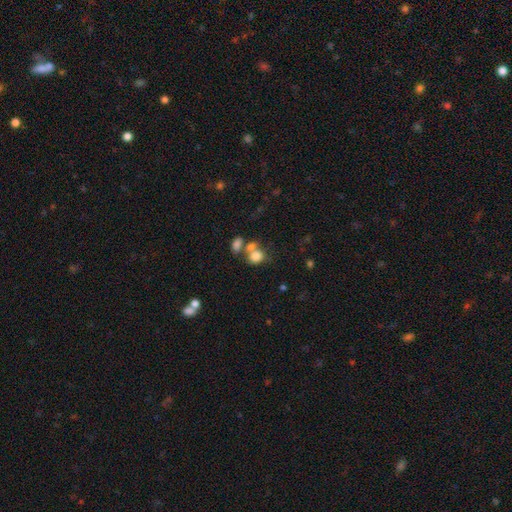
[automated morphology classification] Smooth or featured? smooth (78%)
How rounded? round (50%)
Merging? merger (45%)